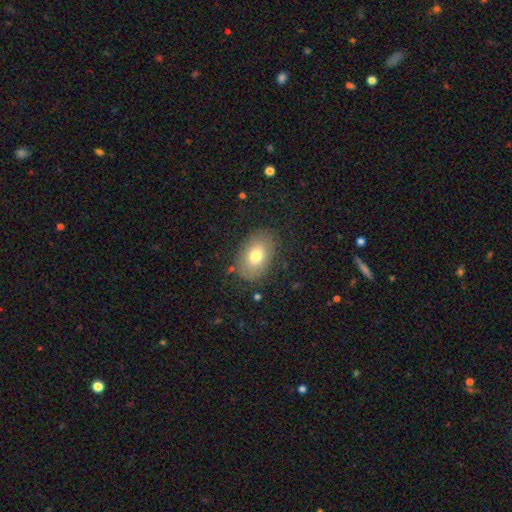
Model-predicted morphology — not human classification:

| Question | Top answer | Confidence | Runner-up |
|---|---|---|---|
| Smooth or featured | smooth | 74% | featured or disk (17%) |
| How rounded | in between | 84% | round (15%) |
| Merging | none | 80% | minor disturbance (14%) |